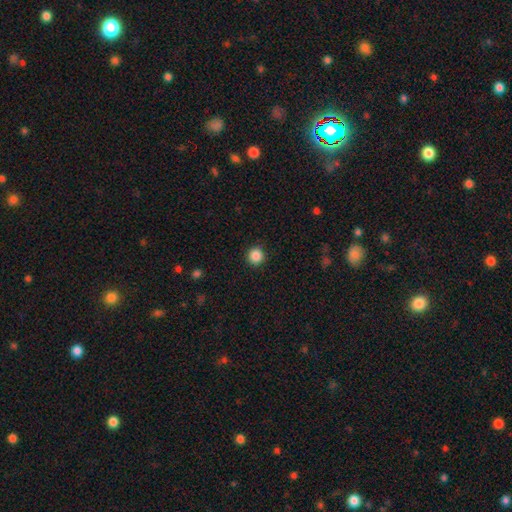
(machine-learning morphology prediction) The model was most divided on "smooth or featured": smooth: 86%, star or artifact: 10%, featured or disk: 3%. More confident: how rounded — round (95%); merging — none (91%).